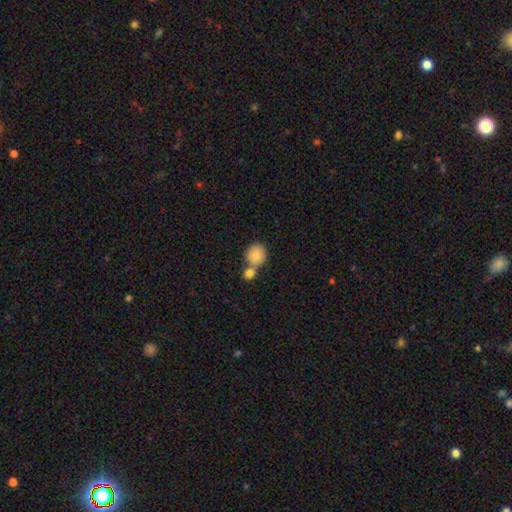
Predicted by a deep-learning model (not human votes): Smooth or featured: smooth — 83% (featured or disk — 8%)
How rounded: round — 83% (in between — 16%)
Merging: none — 46% (merger — 42%)